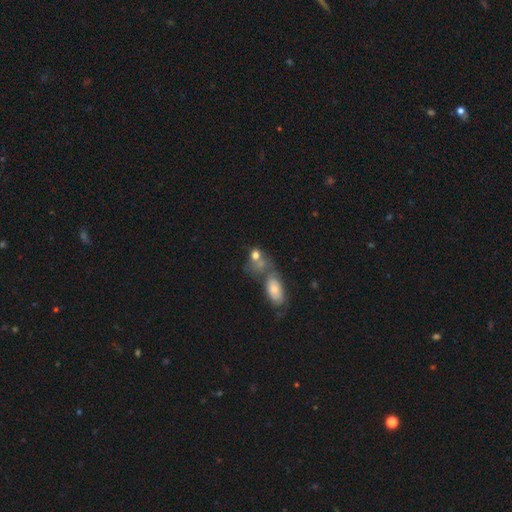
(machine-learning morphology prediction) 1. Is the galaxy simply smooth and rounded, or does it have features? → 68% smooth, 20% featured or disk, 12% star or artifact.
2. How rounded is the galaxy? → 53% in between, 43% round, 3% cigar-shaped.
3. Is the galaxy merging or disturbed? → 45% merger, 31% none, 14% minor disturbance, 11% major disturbance.